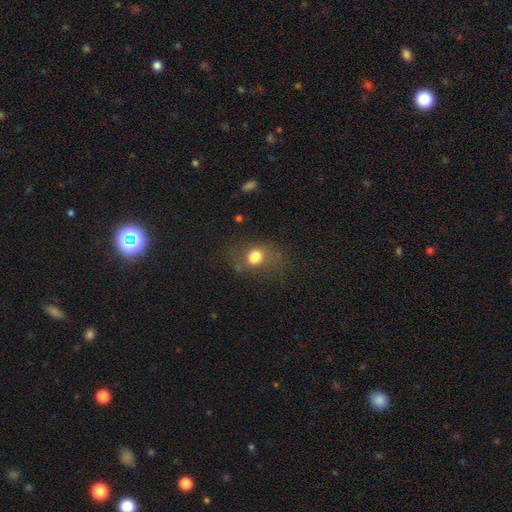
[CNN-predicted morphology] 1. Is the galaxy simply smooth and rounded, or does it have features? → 72% smooth, 15% featured or disk, 13% star or artifact.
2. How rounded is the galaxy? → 54% in between, 44% round, 2% cigar-shaped.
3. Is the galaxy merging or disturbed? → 51% none, 24% minor disturbance, 21% major disturbance, 4% merger.